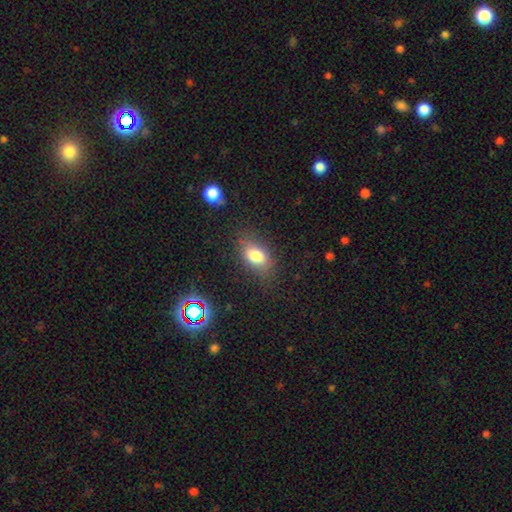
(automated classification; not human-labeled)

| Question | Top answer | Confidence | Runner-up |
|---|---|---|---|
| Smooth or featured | smooth | 77% | featured or disk (12%) |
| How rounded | in between | 84% | round (13%) |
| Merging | none | 76% | minor disturbance (16%) |